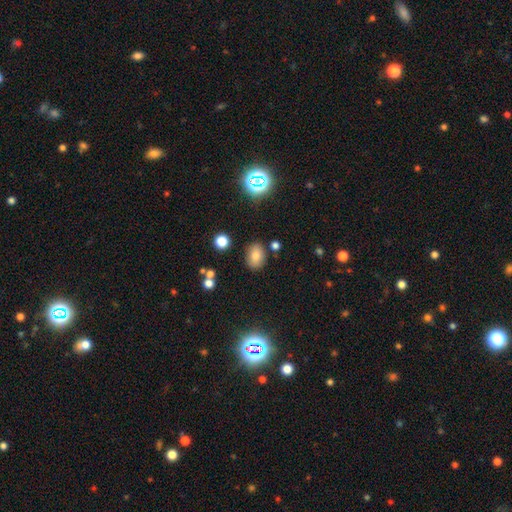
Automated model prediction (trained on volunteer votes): This appears to be a smooth galaxy with no disk features (76%) that is in between round and cigar-shaped (80%). Merging: none (83%).